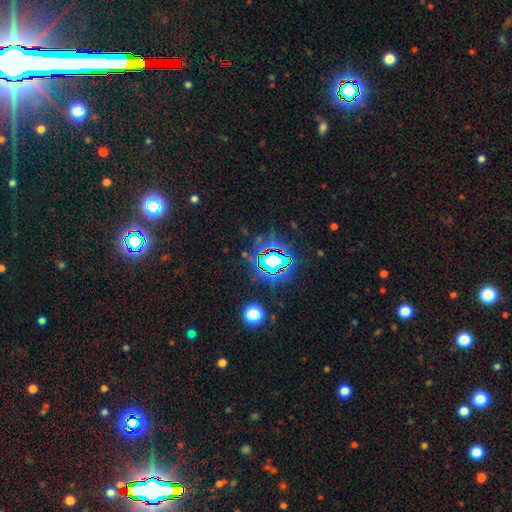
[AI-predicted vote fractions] Smooth or featured? Predicted: star or artifact (p=0.80).